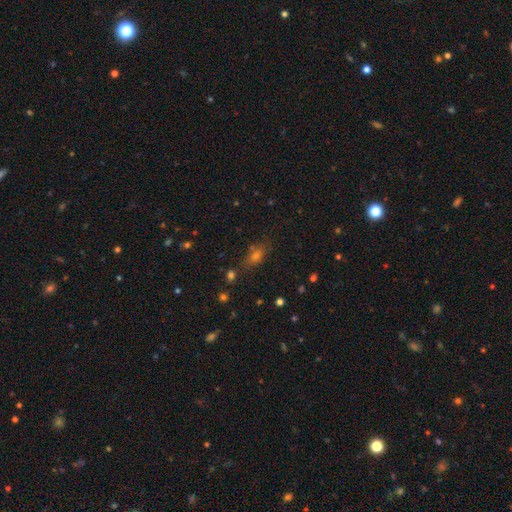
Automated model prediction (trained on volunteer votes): smooth 55%, star or artifact 30%, featured or disk 14%. Down the decision tree: how rounded — in between (63%); merging — none (72%).